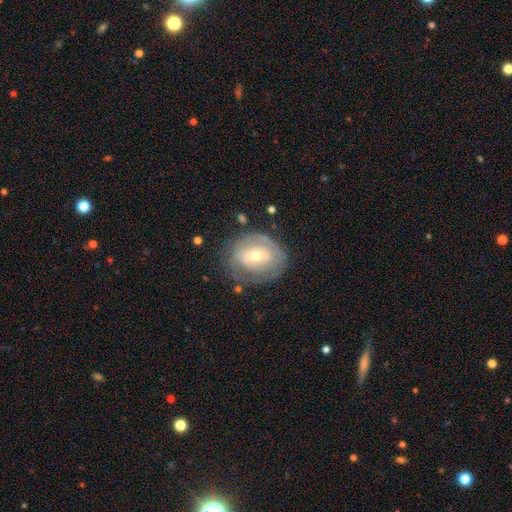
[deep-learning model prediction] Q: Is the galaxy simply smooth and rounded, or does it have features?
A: featured or disk — 63%.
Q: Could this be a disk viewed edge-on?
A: no — 95%.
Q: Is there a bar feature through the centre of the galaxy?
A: weak — 43%.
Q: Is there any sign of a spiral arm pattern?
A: yes — 59%.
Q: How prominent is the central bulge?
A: moderate — 50%.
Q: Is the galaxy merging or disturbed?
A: none — 70%.